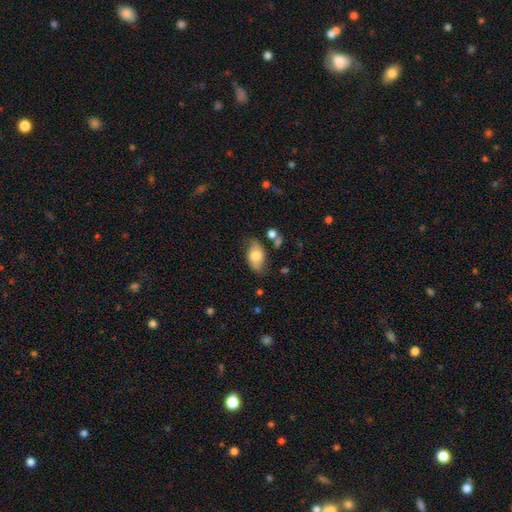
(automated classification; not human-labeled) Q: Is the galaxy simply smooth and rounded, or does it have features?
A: smooth — 70%.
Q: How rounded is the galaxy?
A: in between — 92%.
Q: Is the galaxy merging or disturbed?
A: none — 66%.